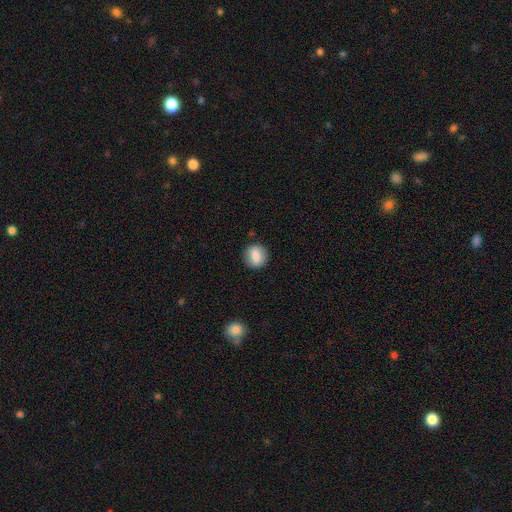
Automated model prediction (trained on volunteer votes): Overall: smooth (78%). How rounded: round (67%; in between 31%). Merging: none (86%).